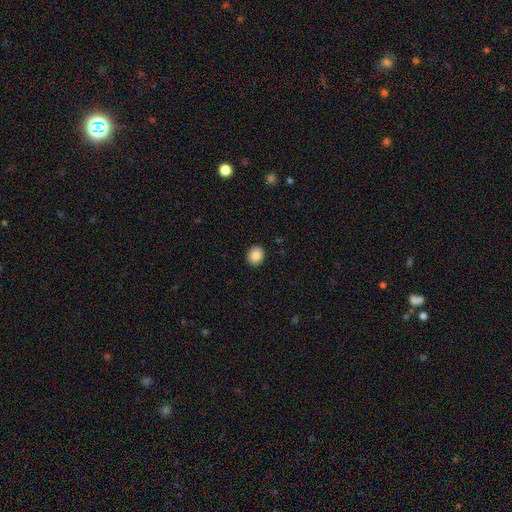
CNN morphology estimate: smooth_or_featured: smooth (p=0.87) [alt: star or artifact p=0.08]
how_rounded: round (p=0.74) [alt: in between p=0.25]
merging: none (p=0.92) [alt: minor disturbance p=0.05]